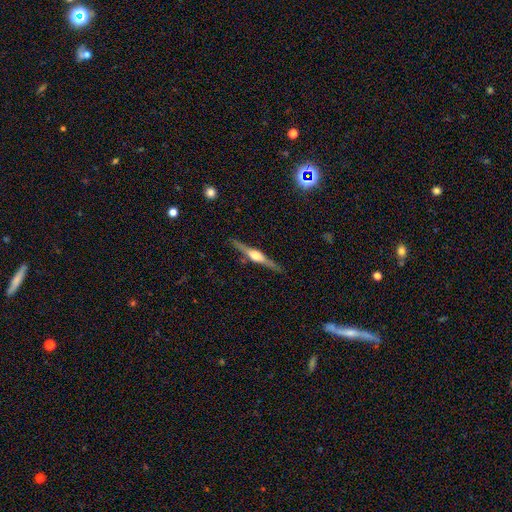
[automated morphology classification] A featured or disk galaxy (79%) viewed edge-on (98%) with a rounded central bulge (87%).

Vote fractions:
- Smooth or featured? featured or disk: 79% / smooth: 15% / star or artifact: 5%
- Edge-on disk? yes: 98% / no: 2%
- Edge-on bulge? rounded: 87% / boxy: 10% / none: 3%
- Merging? none: 89% / minor disturbance: 8% / major disturbance: 2% / merger: 1%